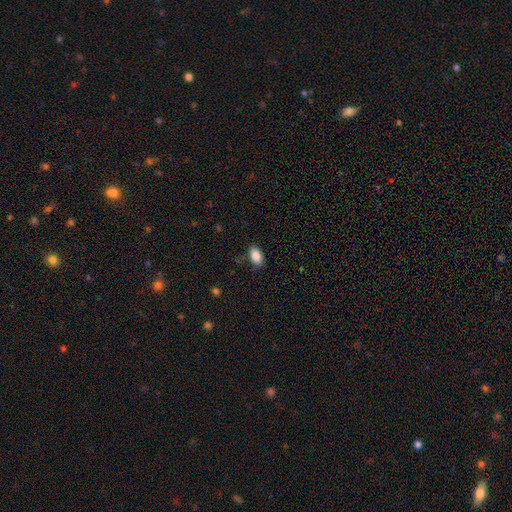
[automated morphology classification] A smooth galaxy with no disk features (89%) that is in between round and cigar-shaped (93%). Merging: none (85%).